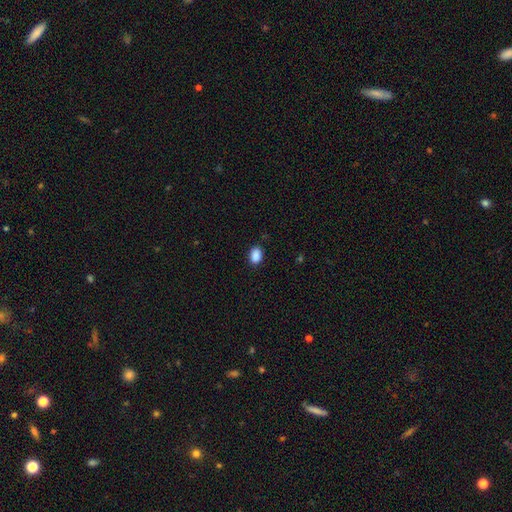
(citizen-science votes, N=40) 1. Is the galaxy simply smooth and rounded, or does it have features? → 88% smooth, 10% star or artifact, 2% featured or disk.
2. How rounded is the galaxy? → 89% in between, 11% round, 0% cigar-shaped.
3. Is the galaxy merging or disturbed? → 94% none, 6% minor disturbance, 0% major disturbance, 0% merger.